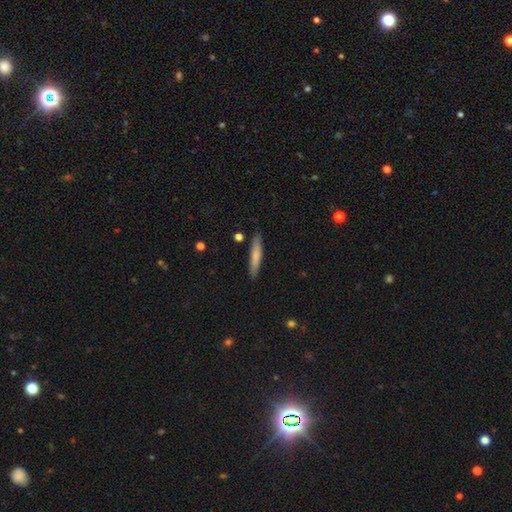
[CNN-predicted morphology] This is likely a smooth galaxy (74%). How rounded: clearly cigar-shaped (91%). Merging: clearly none (87%).